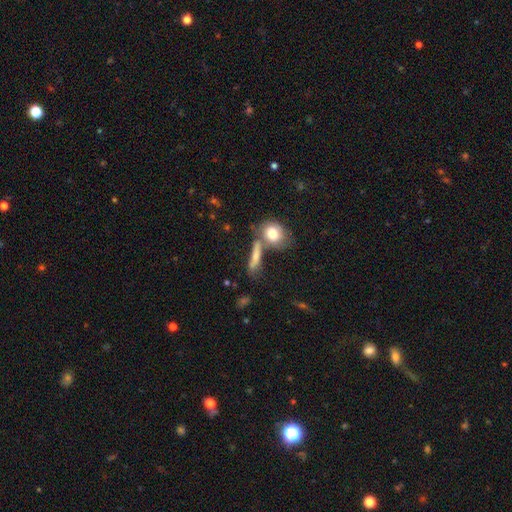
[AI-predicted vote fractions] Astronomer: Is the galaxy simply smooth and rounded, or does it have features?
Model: smooth — 66%.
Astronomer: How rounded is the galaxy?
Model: cigar-shaped — 50% (runner-up: in between, 34%).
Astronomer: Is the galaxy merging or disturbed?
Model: none — 44% (runner-up: merger, 33%).